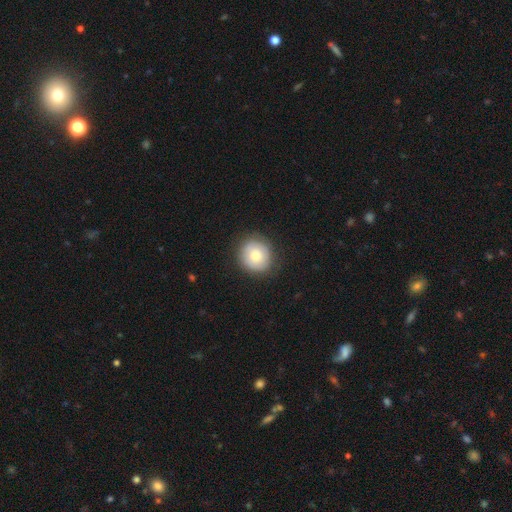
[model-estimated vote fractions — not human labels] smooth_or_featured: smooth (p=0.72) [alt: featured or disk p=0.21]
how_rounded: round (p=0.88) [alt: in between p=0.11]
merging: none (p=0.84) [alt: minor disturbance p=0.11]